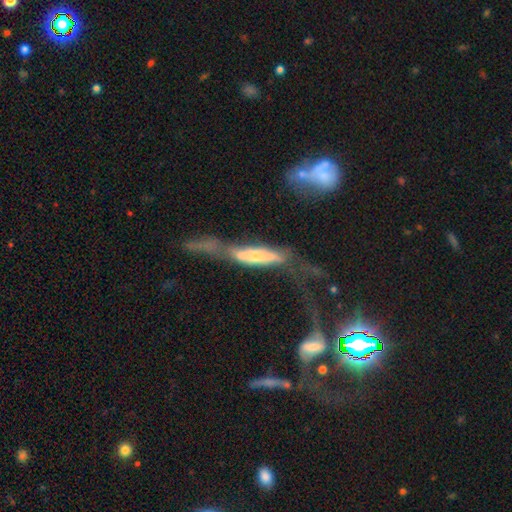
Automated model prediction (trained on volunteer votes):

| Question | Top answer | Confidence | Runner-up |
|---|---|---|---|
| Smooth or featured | featured or disk | 54% | smooth (38%) |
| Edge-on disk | yes | 58% | no (42%) |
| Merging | major disturbance | 41% | merger (28%) |